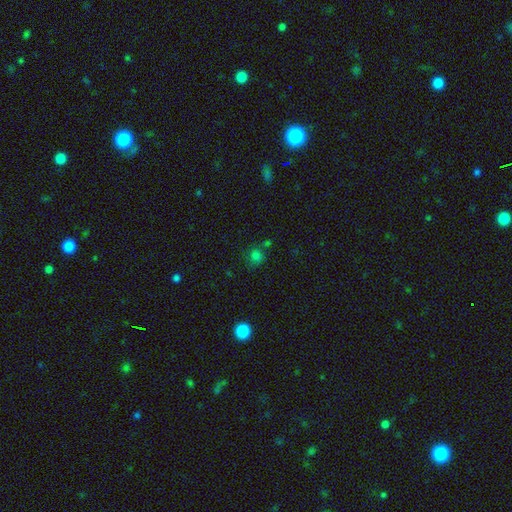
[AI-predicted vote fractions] This appears to be a smooth galaxy with no disk features (70%) that is round (80%). Merging: none (64%).